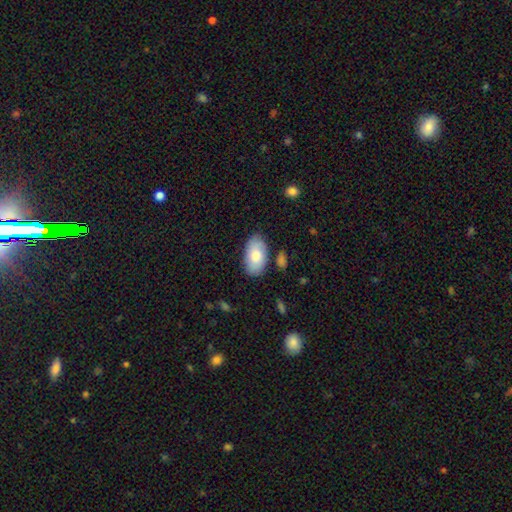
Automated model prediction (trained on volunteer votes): Smooth or featured?
  - smooth: 77% *
  - featured or disk: 17%
  - star or artifact: 6%
How rounded?
  - in between: 95% *
  - round: 4%
  - cigar-shaped: 2%
Merging?
  - none: 80% *
  - minor disturbance: 14%
  - major disturbance: 3%
  - merger: 3%